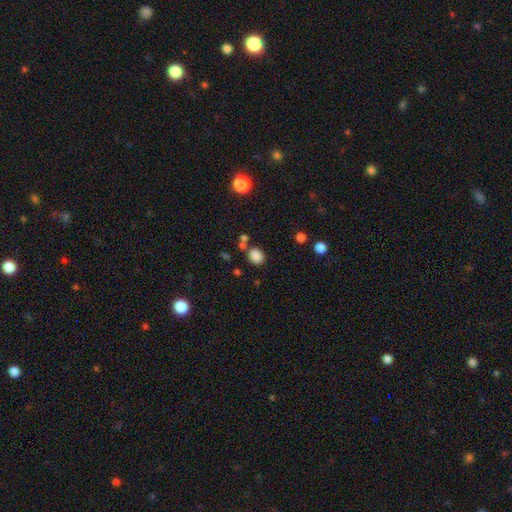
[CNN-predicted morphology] smooth_or_featured: smooth (p=0.84) [alt: star or artifact p=0.12]
how_rounded: round (p=0.59) [alt: in between p=0.40]
merging: none (p=0.74) [alt: minor disturbance p=0.12]